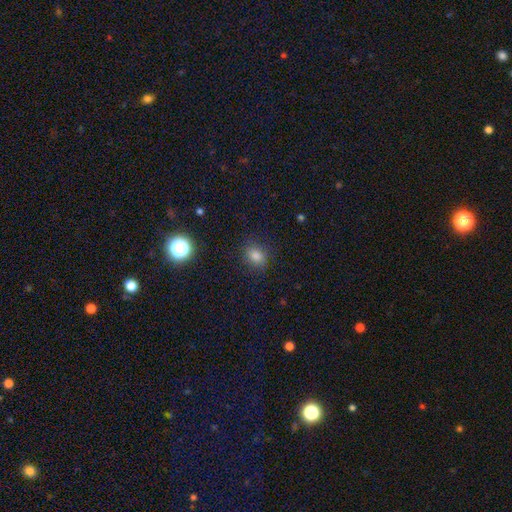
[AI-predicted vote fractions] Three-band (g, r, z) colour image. It shows a smooth galaxy with no disk features (79%) that is round (52%). Merging: none (85%).